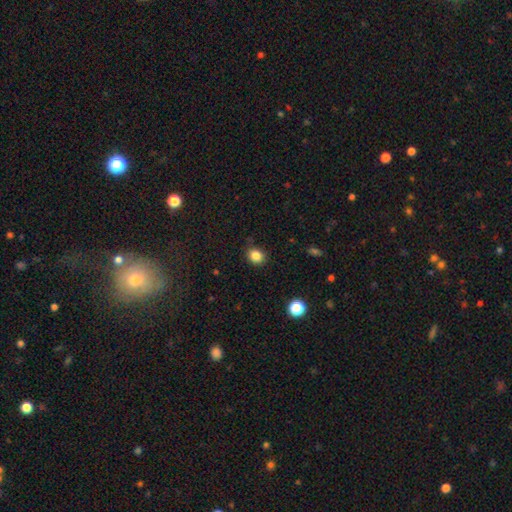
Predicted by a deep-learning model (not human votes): A smooth galaxy with no disk features (84%) that is round (69%). Merging: none (85%).